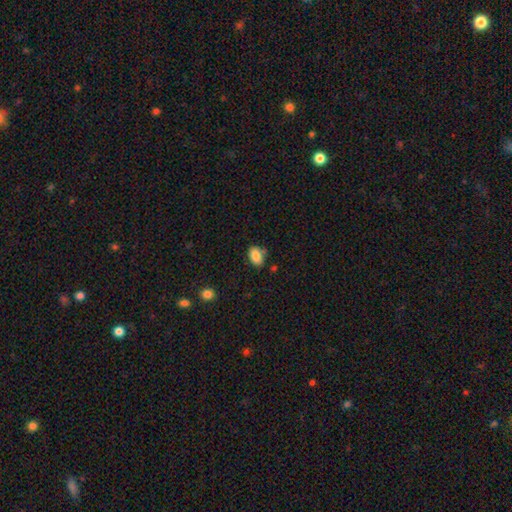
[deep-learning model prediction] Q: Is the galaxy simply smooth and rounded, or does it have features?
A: smooth — 86%.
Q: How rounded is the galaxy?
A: in between — 85%.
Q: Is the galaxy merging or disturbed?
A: none — 73%.